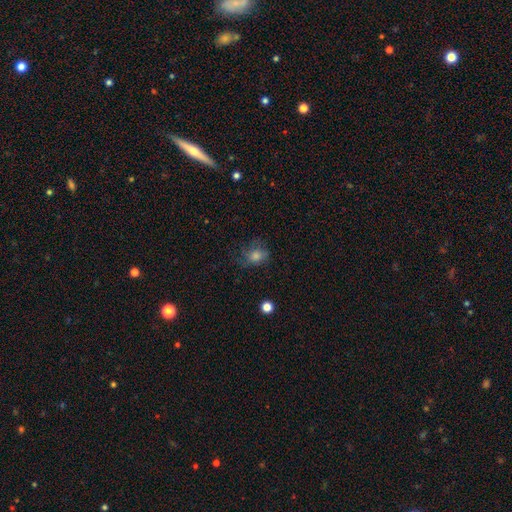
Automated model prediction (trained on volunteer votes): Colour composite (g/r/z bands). It shows a smooth galaxy with no disk features (62%) that is round (60%). Merging: none (58%).